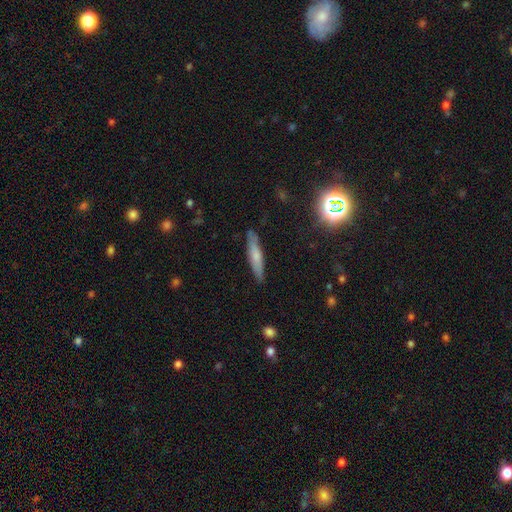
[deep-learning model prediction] smooth-or-featured: smooth: 57% | featured or disk: 33% | star or artifact: 10%
  how-rounded: cigar-shaped: 87% | in between: 11% | round: 2%
  merging: none: 85% | minor disturbance: 11% | major disturbance: 2% | merger: 1%